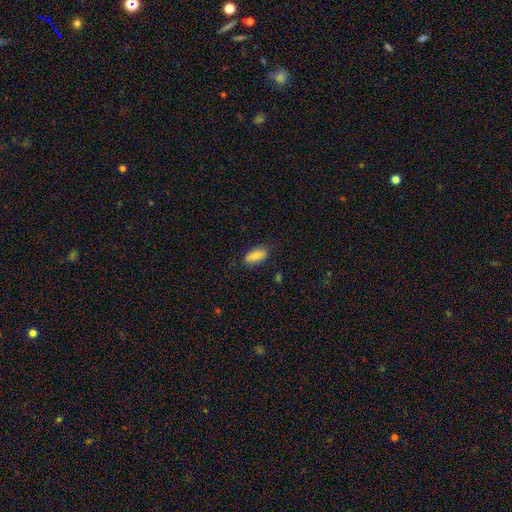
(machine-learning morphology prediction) Smooth or featured? Predicted: smooth (p=0.79). How rounded? Predicted: in between (p=0.86). Merging? Predicted: none (p=0.79).